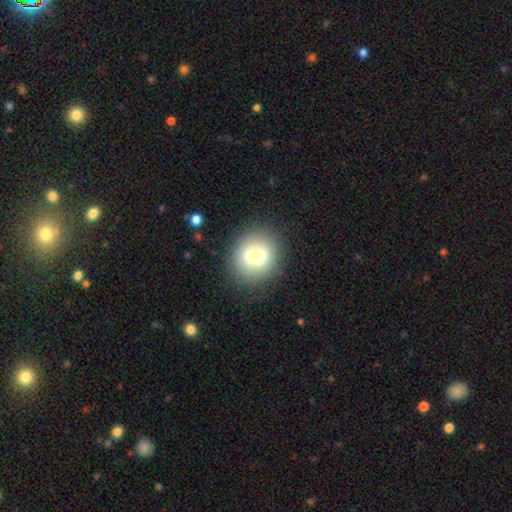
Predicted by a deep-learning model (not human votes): smooth 67%, featured or disk 21%, star or artifact 11%. Down the decision tree: how rounded — round (75%); merging — none (76%).